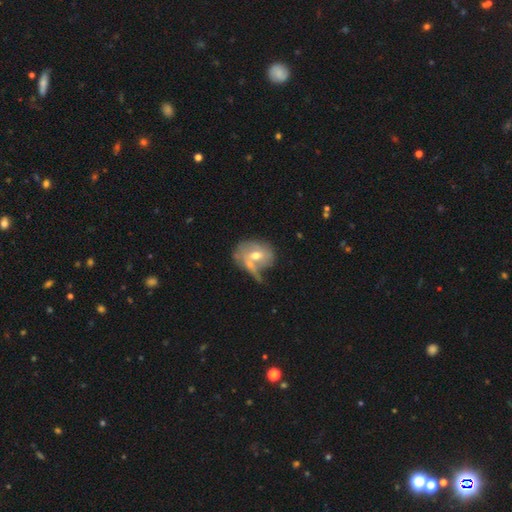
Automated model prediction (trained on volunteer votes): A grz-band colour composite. It shows a featured or disk galaxy (48%). Merging: merger (41%).